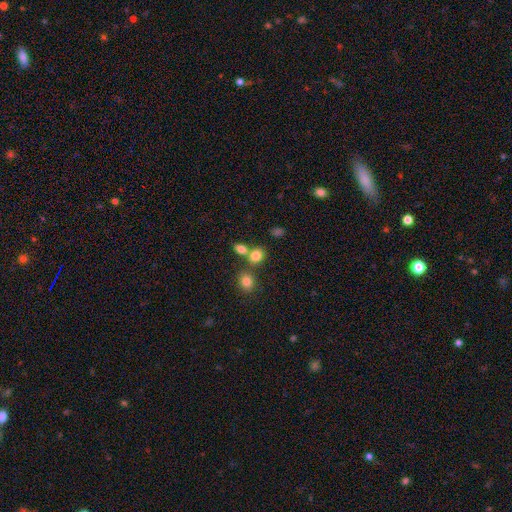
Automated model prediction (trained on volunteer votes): Overall: smooth (81%). How rounded: round (54%; in between 45%). Merging: none (54%; merger 33%).